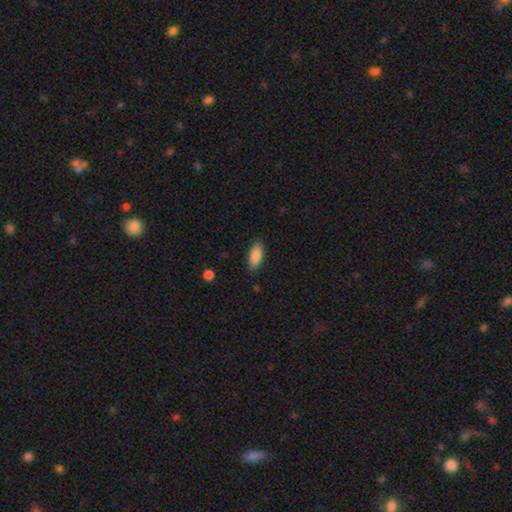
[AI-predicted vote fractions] Morphology: type=smooth (88%); roundness=in between (83%); merging=none (85%).